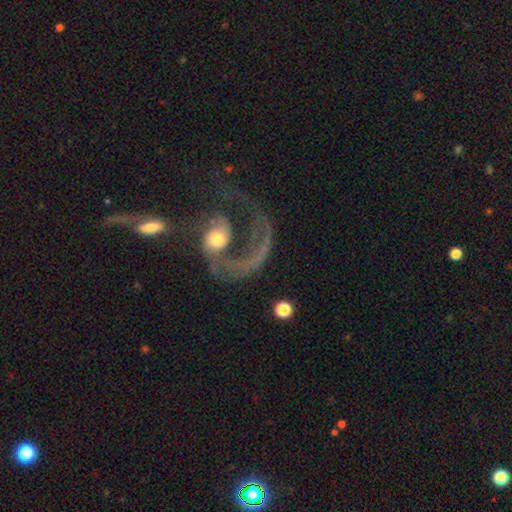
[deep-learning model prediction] Morphology: type=featured or disk (80%); edge-on=no (97%); bar=no (70%); spiral arms=yes (82%); winding=loose (46%); arm count=1 (77%); bulge=moderate (56%); merging=major disturbance (35%).